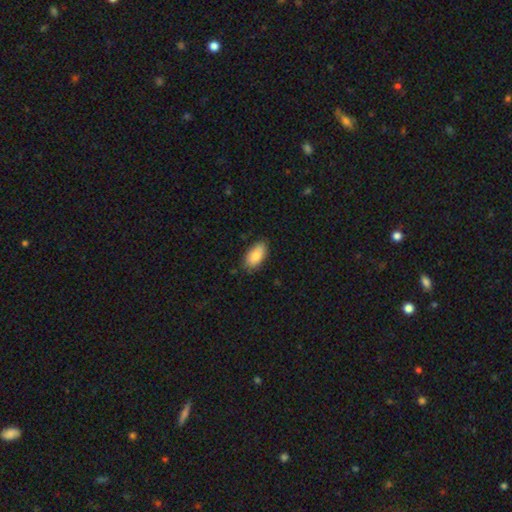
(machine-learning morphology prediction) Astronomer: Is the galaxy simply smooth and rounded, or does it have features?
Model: smooth — 84%.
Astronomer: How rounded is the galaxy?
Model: in between — 93%.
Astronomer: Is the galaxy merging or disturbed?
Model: none — 78%.